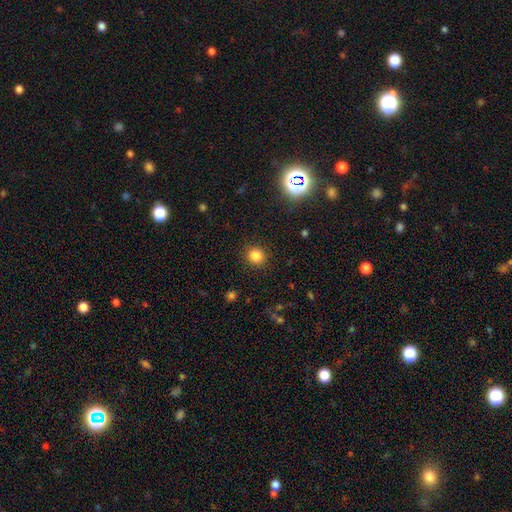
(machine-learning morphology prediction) This appears to be a smooth galaxy with no disk features (82%) that is round (89%). Merging: none (90%).